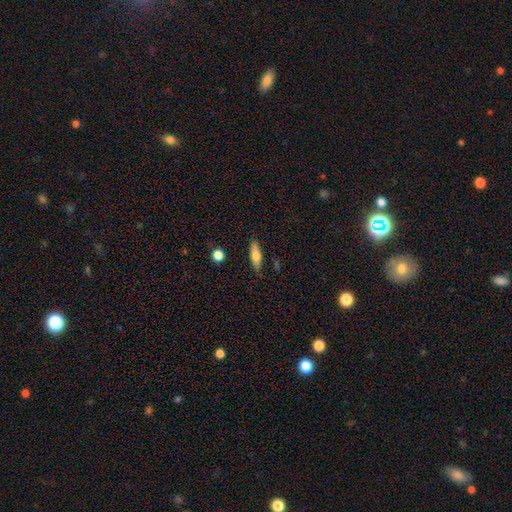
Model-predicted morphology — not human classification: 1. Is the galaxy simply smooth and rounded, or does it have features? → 69% smooth, 24% featured or disk, 7% star or artifact.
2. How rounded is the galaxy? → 51% in between, 46% cigar-shaped, 3% round.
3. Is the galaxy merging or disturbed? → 81% none, 14% minor disturbance, 3% major disturbance, 2% merger.